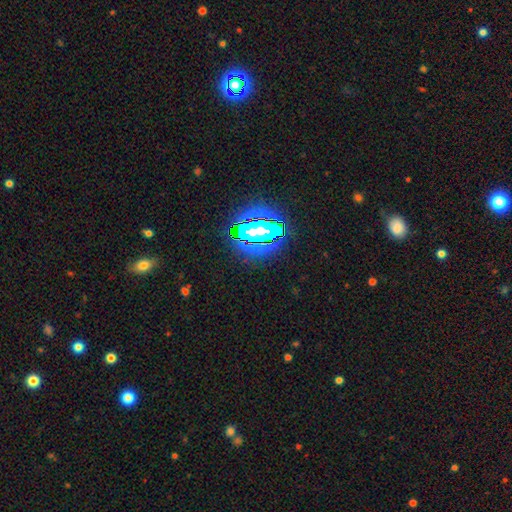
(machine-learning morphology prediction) The model was most divided on "smooth or featured": star or artifact: 79%, smooth: 12%, featured or disk: 8%.